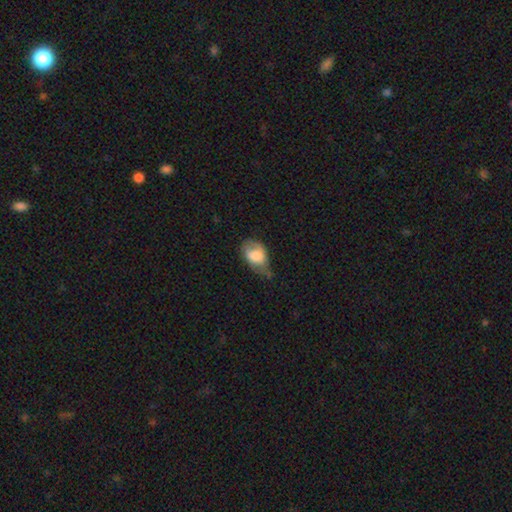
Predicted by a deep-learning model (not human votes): Smooth or featured? Predicted: smooth (p=0.74). How rounded? Predicted: in between (p=0.85). Merging? Predicted: minor disturbance (p=0.45).